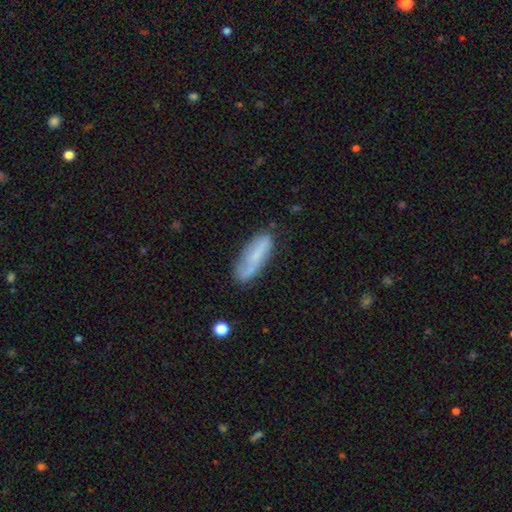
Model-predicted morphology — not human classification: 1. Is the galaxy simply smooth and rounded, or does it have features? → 58% smooth, 34% featured or disk, 8% star or artifact.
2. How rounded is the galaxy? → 55% in between, 43% cigar-shaped, 2% round.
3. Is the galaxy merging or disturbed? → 69% none, 22% minor disturbance, 6% major disturbance, 3% merger.